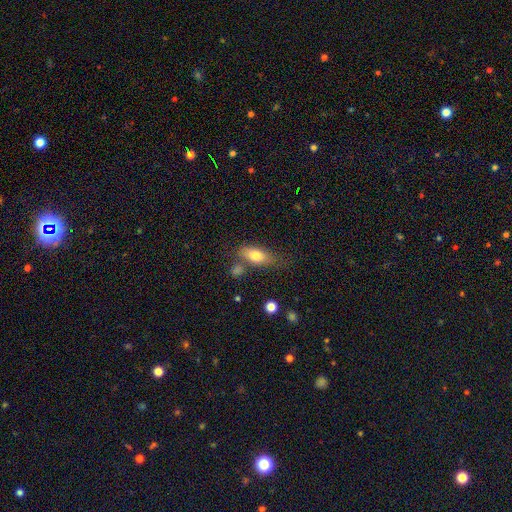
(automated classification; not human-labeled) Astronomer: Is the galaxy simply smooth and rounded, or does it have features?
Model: smooth — 74%.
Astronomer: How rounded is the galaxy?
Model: in between — 78%.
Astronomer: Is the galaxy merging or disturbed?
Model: none — 61%.